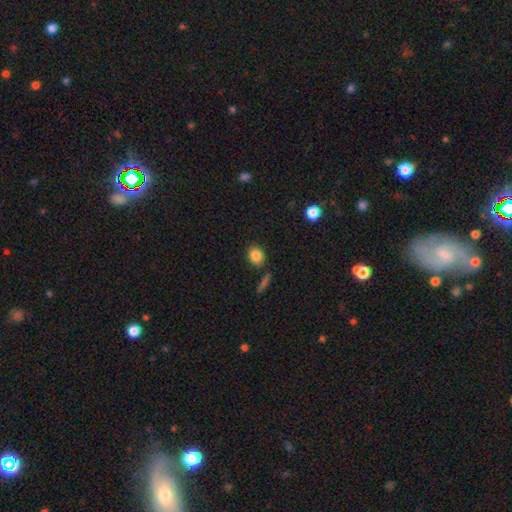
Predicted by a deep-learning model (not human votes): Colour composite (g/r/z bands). It shows a smooth galaxy with no disk features (85%) that is round (55%). Merging: none (83%).